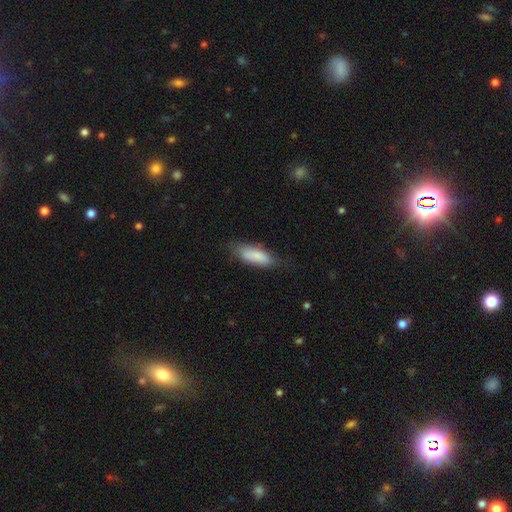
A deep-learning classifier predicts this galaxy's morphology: smooth_or_featured: smooth (p=0.83) [alt: featured or disk p=0.11]
how_rounded: in between (p=0.66) [alt: cigar-shaped p=0.32]
merging: none (p=0.66) [alt: minor disturbance p=0.25]